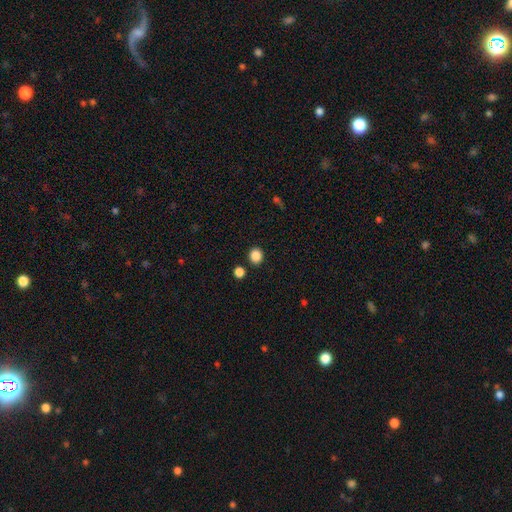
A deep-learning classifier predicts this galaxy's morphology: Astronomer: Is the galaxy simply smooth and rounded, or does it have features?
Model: smooth — 86%.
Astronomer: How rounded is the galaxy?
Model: round — 78%.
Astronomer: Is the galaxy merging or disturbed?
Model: none — 87%.